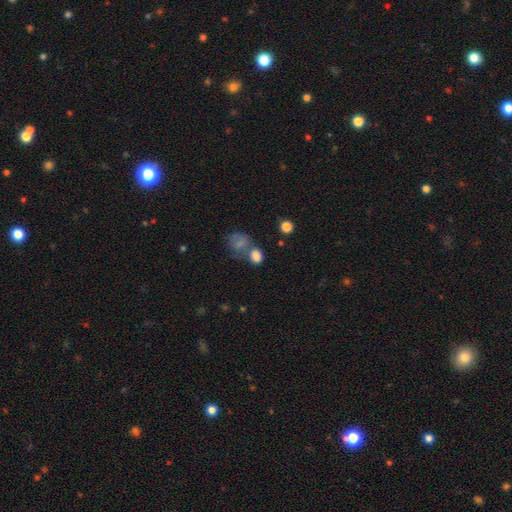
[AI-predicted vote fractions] Smooth or featured?
  - smooth: 80% *
  - star or artifact: 11%
  - featured or disk: 8%
How rounded?
  - in between: 62% *
  - round: 36%
  - cigar-shaped: 1%
Merging?
  - none: 43% *
  - merger: 36%
  - minor disturbance: 14%
  - major disturbance: 7%